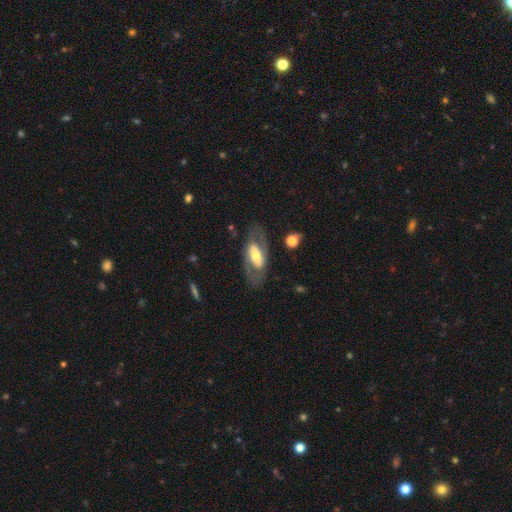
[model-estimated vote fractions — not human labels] featured or disk 66%, smooth 28%, star or artifact 6%. Down the decision tree: edge-on disk — no (88%); bar — strong (41%); spiral arms — yes (58%); bulge size — moderate (56%); merging — none (75%).